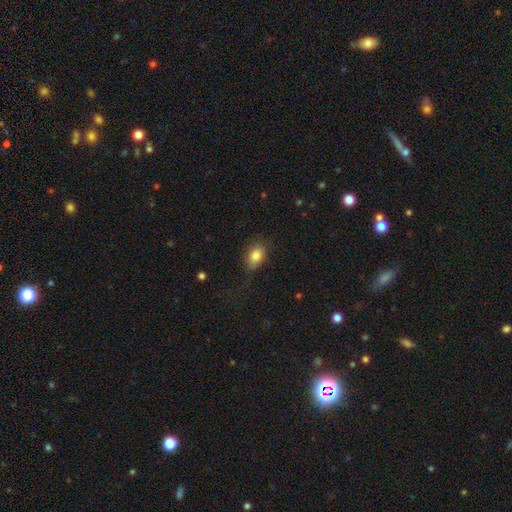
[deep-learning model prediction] Smooth or featured: smooth — 84% (star or artifact — 9%)
How rounded: in between — 82% (round — 16%)
Merging: none — 72% (minor disturbance — 20%)